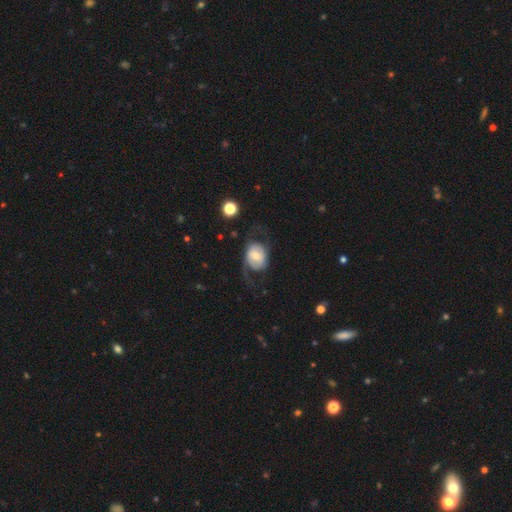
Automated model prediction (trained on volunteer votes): Q: Smooth or featured?
A: featured or disk (54%); runner-up: smooth (39%)
Q: Edge-on disk?
A: no (94%); runner-up: yes (6%)
Q: Bar?
A: no (65%); runner-up: weak (25%)
Q: Spiral arms?
A: yes (63%); runner-up: no (37%)
Q: Bulge size?
A: moderate (48%); runner-up: small (39%)
Q: Merging?
A: none (48%); runner-up: major disturbance (30%)